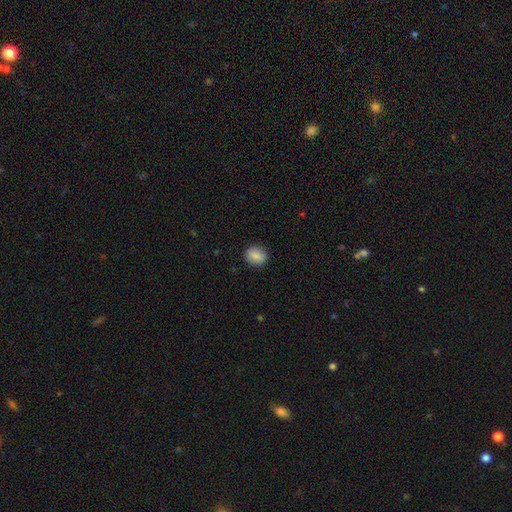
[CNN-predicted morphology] Smooth or featured: smooth — 84% (star or artifact — 8%)
How rounded: round — 56% (in between — 42%)
Merging: none — 89% (minor disturbance — 8%)